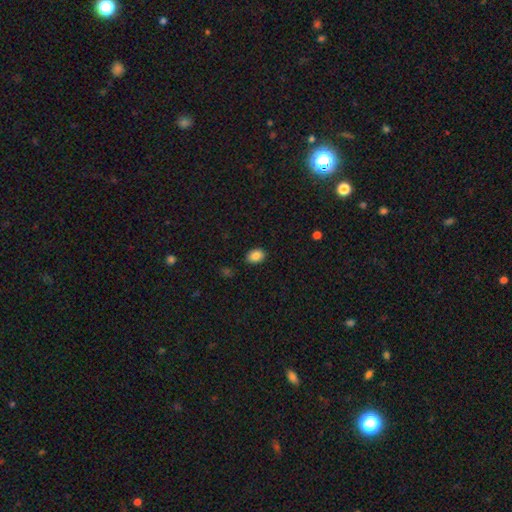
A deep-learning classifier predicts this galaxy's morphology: Smooth or featured: smooth — 87% (star or artifact — 8%)
How rounded: in between — 77% (round — 22%)
Merging: none — 88% (minor disturbance — 9%)